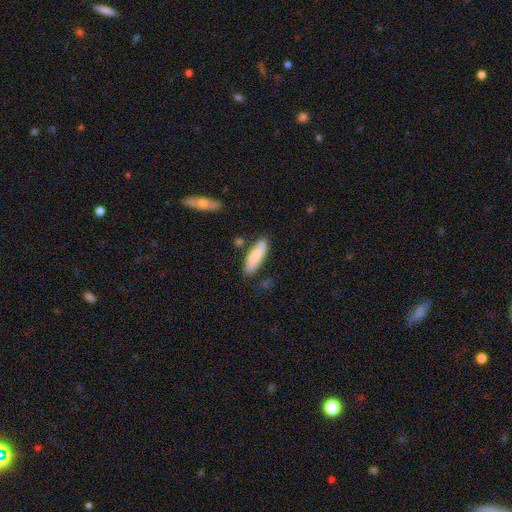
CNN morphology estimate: smooth-or-featured: smooth: 78% | featured or disk: 16% | star or artifact: 6%
  how-rounded: cigar-shaped: 58% | in between: 40% | round: 2%
  merging: none: 75% | minor disturbance: 17% | merger: 5% | major disturbance: 4%